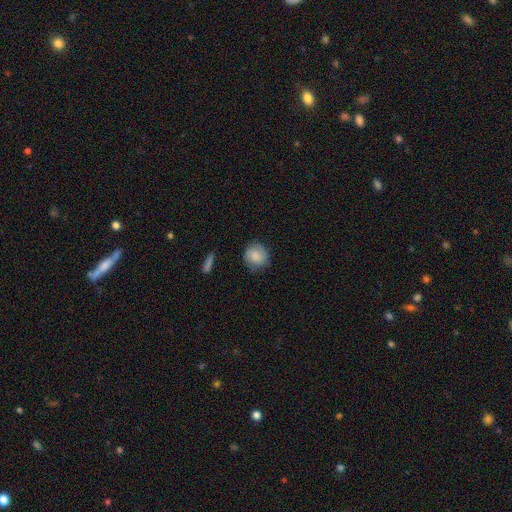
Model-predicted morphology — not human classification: Smooth or featured? smooth (79%)
How rounded? round (84%)
Merging? none (75%)